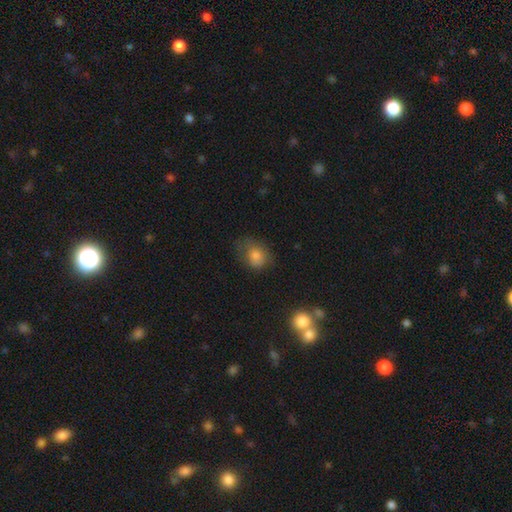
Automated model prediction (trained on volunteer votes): smooth-or-featured: smooth: 78% | featured or disk: 11% | star or artifact: 11%
  how-rounded: round: 51% | in between: 48% | cigar-shaped: 1%
  merging: none: 50% | minor disturbance: 30% | major disturbance: 18% | merger: 3%